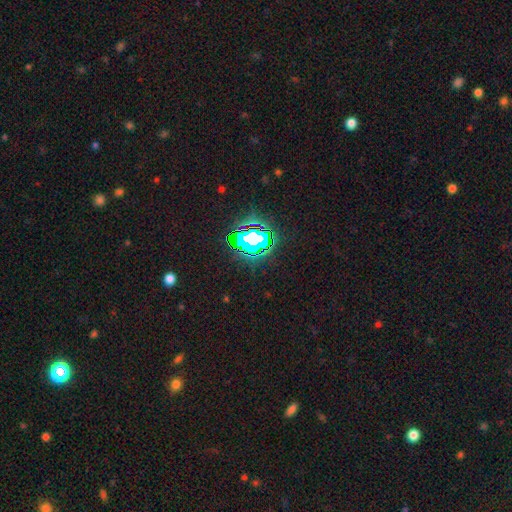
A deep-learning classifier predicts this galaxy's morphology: This is clearly a star or artifact rather than a galaxy (82%).